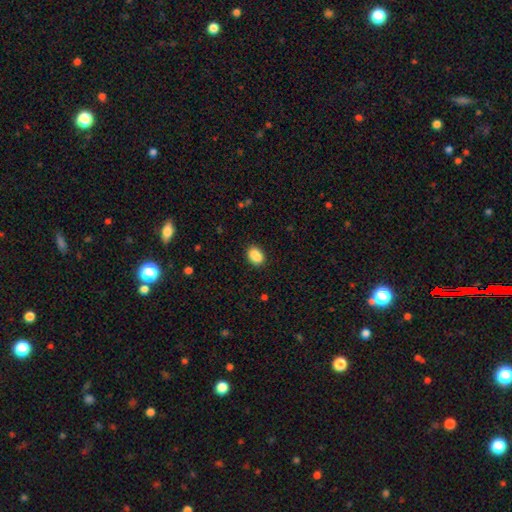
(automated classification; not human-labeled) This is clearly a smooth galaxy (89%). How rounded: clearly in between (80%). Merging: clearly none (86%).